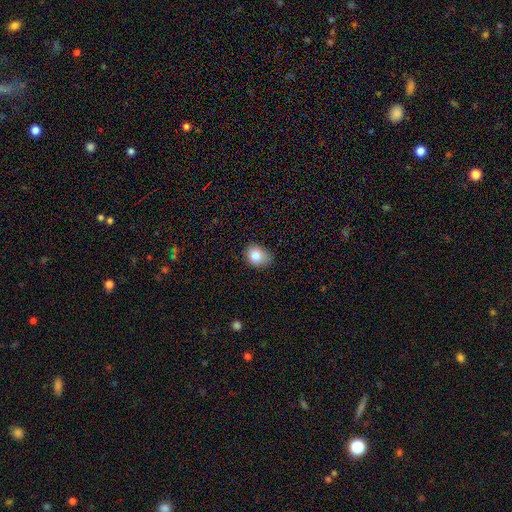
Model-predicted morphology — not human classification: Smooth or featured? Predicted: smooth (p=0.83). How rounded? Predicted: round (p=0.53). Merging? Predicted: none (p=0.76).